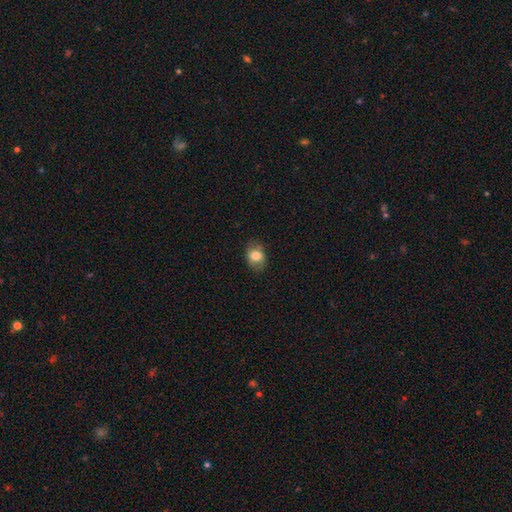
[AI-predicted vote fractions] Smooth or featured?
  - smooth: 76% *
  - featured or disk: 16%
  - star or artifact: 8%
How rounded?
  - in between: 71% *
  - round: 28%
  - cigar-shaped: 1%
Merging?
  - none: 78% *
  - minor disturbance: 17%
  - major disturbance: 4%
  - merger: 1%